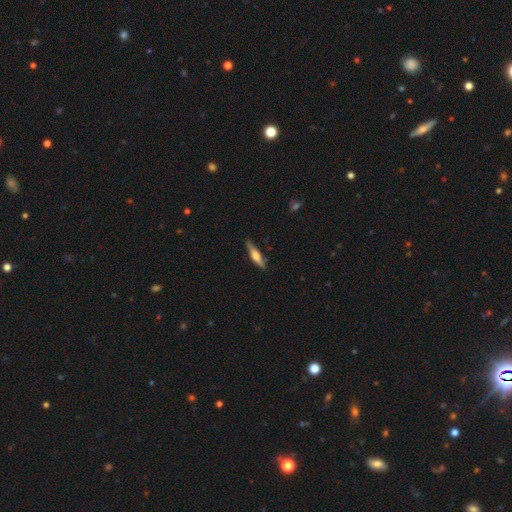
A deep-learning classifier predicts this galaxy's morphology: Q: Smooth or featured?
A: featured or disk (53%); runner-up: smooth (41%)
Q: Edge-on disk?
A: yes (94%); runner-up: no (6%)
Q: Edge-on bulge?
A: rounded (78%); runner-up: boxy (17%)
Q: Merging?
A: none (84%); runner-up: minor disturbance (12%)